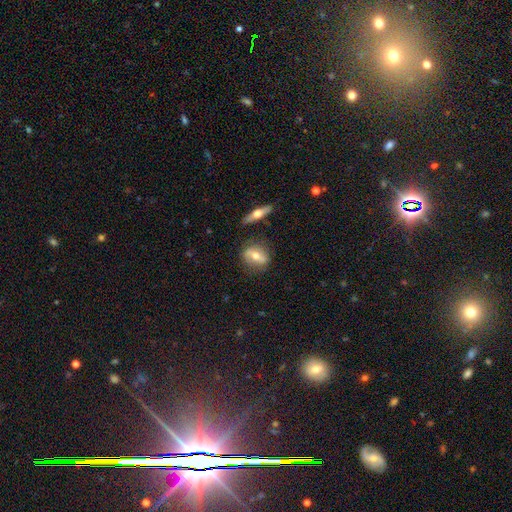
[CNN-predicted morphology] Smooth or featured?
  - featured or disk: 47% *
  - smooth: 46%
  - star or artifact: 7%
Merging?
  - none: 78% *
  - minor disturbance: 14%
  - major disturbance: 4%
  - merger: 4%